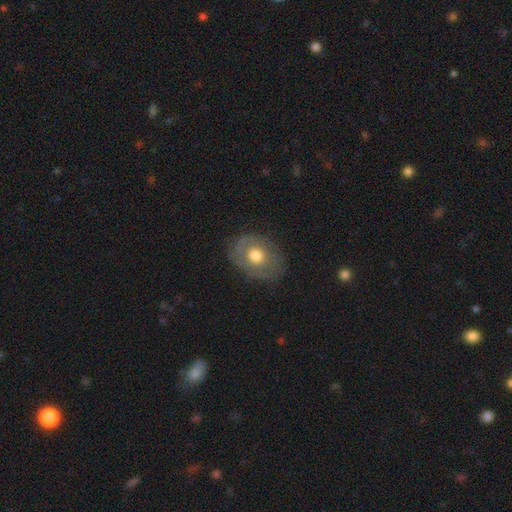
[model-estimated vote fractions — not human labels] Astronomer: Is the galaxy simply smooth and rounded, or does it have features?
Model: featured or disk — 53% (runner-up: smooth, 40%).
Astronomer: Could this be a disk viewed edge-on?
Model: no — 95%.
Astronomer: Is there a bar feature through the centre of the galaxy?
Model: no — 87%.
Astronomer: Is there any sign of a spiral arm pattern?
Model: no — 56% (runner-up: yes, 44%).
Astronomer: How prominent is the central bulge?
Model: moderate — 67%.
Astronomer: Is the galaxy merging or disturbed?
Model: none — 71%.